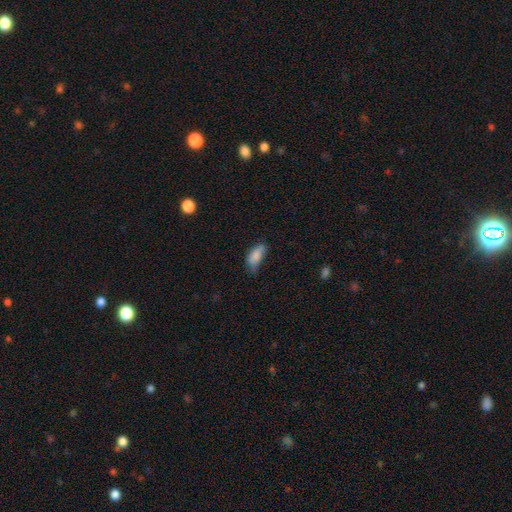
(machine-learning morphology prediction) Smooth or featured: smooth — 83% (featured or disk — 9%)
How rounded: in between — 86% (cigar-shaped — 11%)
Merging: none — 44% (minor disturbance — 41%)